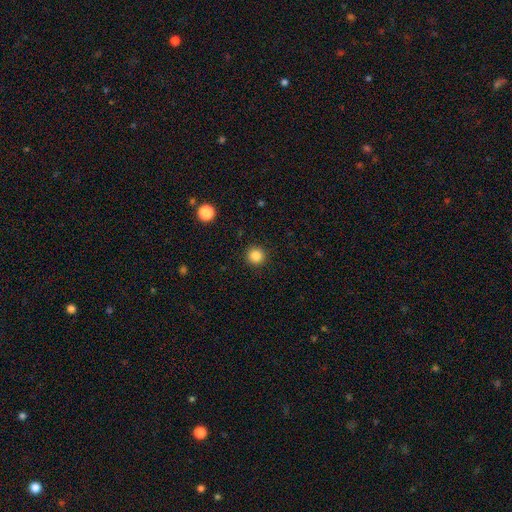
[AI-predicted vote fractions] The model was most divided on "smooth or featured": smooth: 86%, star or artifact: 11%, featured or disk: 3%. More confident: how rounded — round (95%); merging — none (92%).